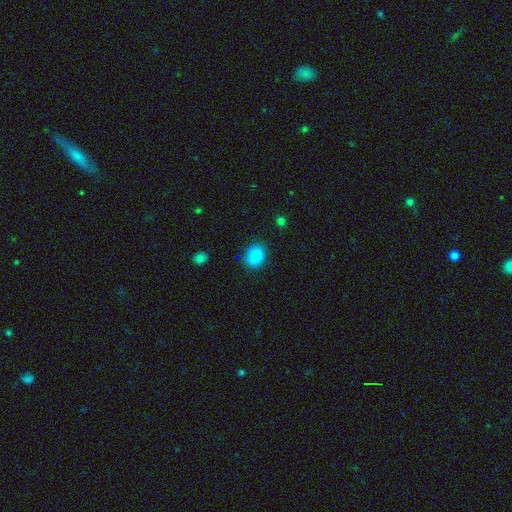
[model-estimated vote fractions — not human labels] Q: Smooth or featured?
A: smooth (87%); runner-up: star or artifact (9%)
Q: How rounded?
A: round (65%); runner-up: in between (34%)
Q: Merging?
A: none (86%); runner-up: minor disturbance (10%)